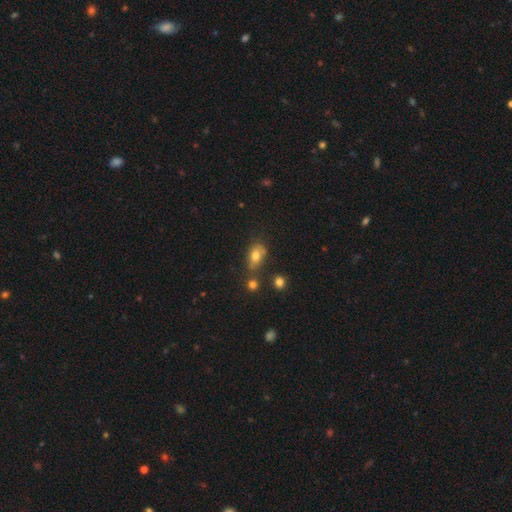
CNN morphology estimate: smooth_or_featured: smooth (p=0.74) [alt: featured or disk p=0.14]
how_rounded: in between (p=0.78) [alt: round p=0.18]
merging: none (p=0.54) [alt: minor disturbance p=0.24]